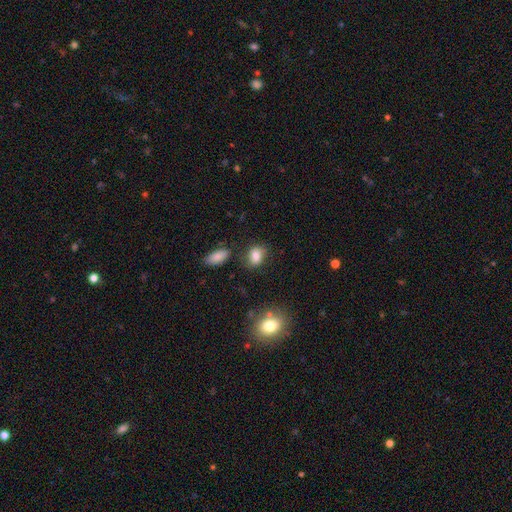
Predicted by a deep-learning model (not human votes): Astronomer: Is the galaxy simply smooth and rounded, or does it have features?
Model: smooth — 83%.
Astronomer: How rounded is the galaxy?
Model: in between — 75%.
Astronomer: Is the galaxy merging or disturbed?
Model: none — 70%.